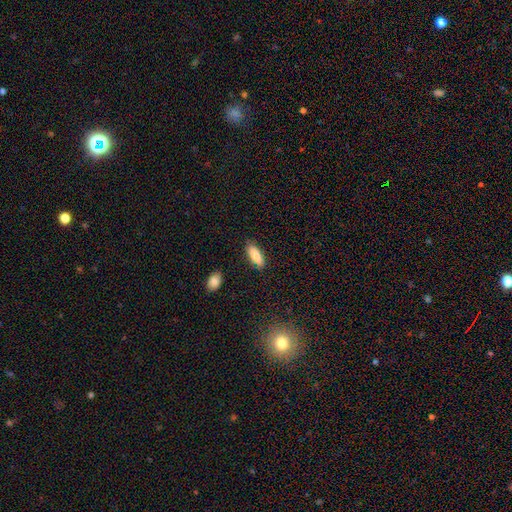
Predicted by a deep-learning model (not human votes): The model was most divided on "how rounded": in between: 73%, cigar-shaped: 26%, round: 2%. More confident: smooth or featured — smooth (86%); merging — none (84%).